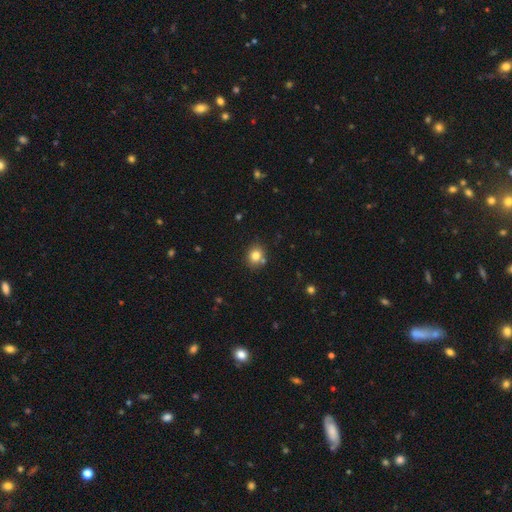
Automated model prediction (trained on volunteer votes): Overall: smooth (80%). How rounded: round (71%). Merging: none (75%).